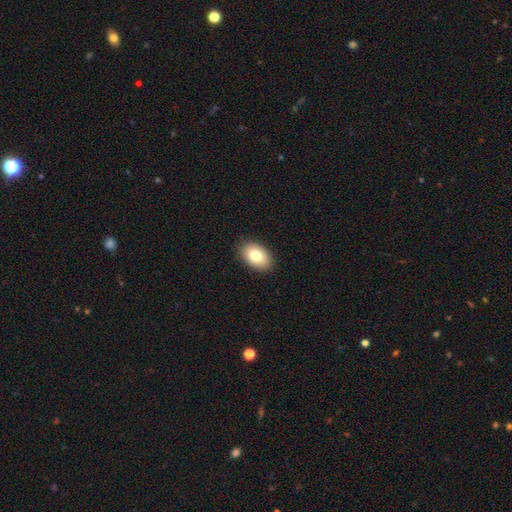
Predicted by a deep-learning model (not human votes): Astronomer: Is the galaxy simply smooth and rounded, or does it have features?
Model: smooth — 80%.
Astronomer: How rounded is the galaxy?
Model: in between — 87%.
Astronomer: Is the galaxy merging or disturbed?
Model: none — 90%.